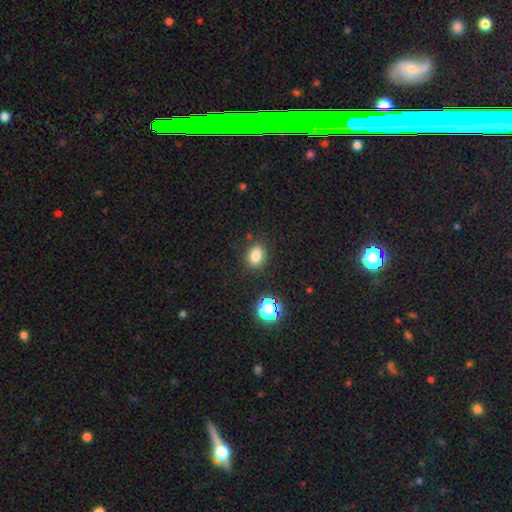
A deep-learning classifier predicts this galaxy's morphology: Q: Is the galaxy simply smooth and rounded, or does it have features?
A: smooth — 81%.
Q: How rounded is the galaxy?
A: in between — 51%.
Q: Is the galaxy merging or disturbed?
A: none — 84%.